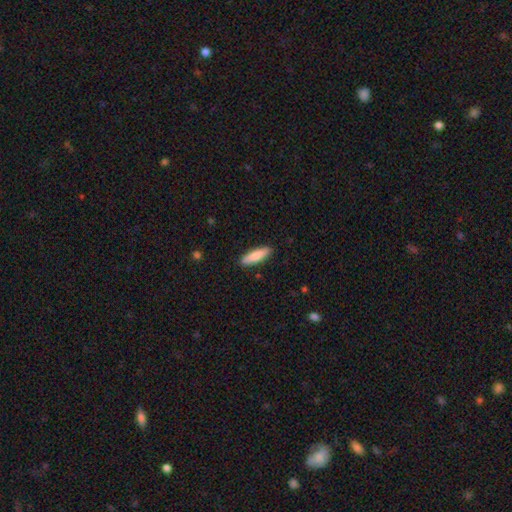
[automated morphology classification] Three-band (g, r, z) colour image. It shows a smooth galaxy with no disk features (80%) that is cigar-shaped (61%). Merging: none (89%).